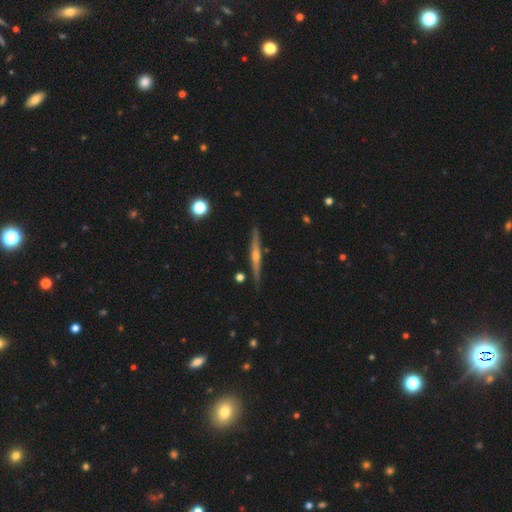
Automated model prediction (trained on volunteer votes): smooth-or-featured: featured or disk: 80% | smooth: 15% | star or artifact: 6%
  disk-edge-on: yes: 98% | no: 2%
    edge-on-bulge: rounded: 84% | none: 11% | boxy: 5%
  merging: none: 90% | minor disturbance: 7% | merger: 2% | major disturbance: 1%